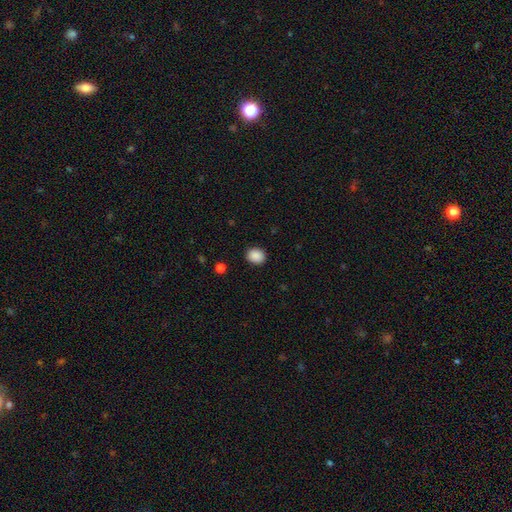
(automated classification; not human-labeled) This appears to be a smooth galaxy with no disk features (89%) that is round (63%). Merging: none (90%).